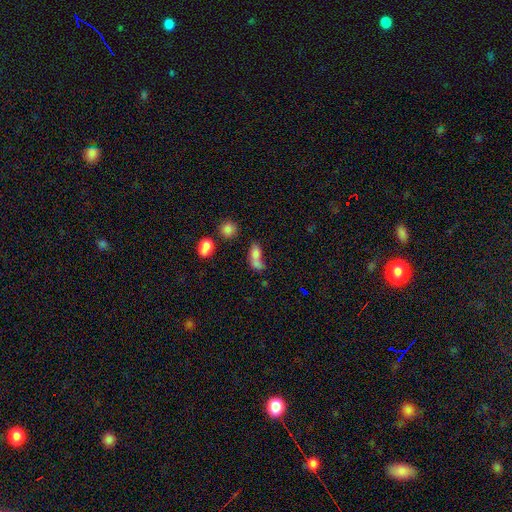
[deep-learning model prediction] A smooth galaxy with no disk features (73%) that is in between round and cigar-shaped (72%). Merging: merger (50%).